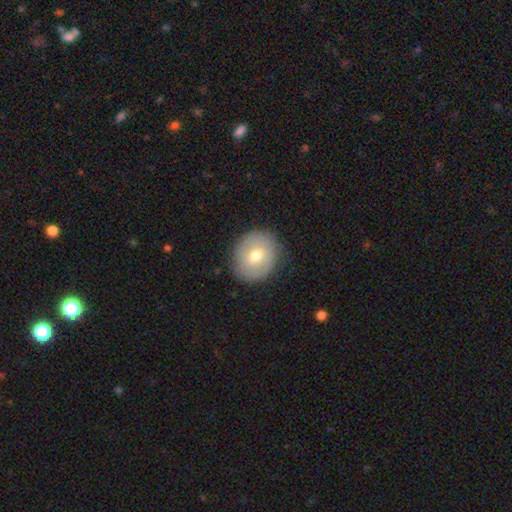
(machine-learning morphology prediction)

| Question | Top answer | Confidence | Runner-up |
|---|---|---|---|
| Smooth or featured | smooth | 59% | featured or disk (33%) |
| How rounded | round | 76% | in between (23%) |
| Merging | none | 84% | minor disturbance (11%) |